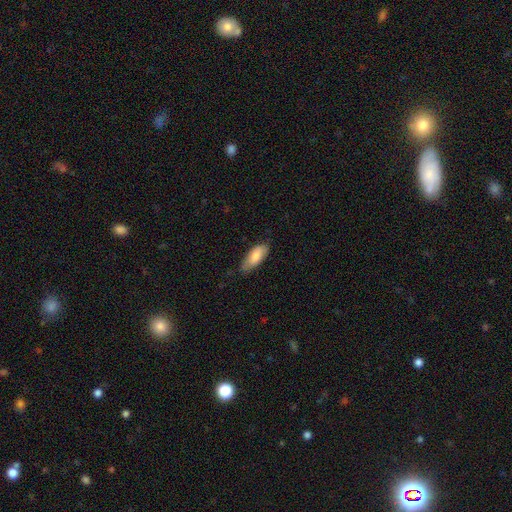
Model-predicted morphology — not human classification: Smooth or featured?
  - smooth: 82% *
  - featured or disk: 13%
  - star or artifact: 6%
How rounded?
  - in between: 80% *
  - cigar-shaped: 18%
  - round: 2%
Merging?
  - none: 70% *
  - minor disturbance: 25%
  - major disturbance: 4%
  - merger: 1%